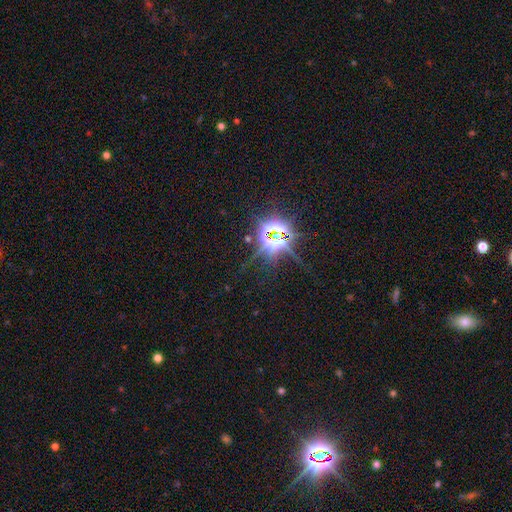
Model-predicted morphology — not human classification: type=star or artifact (84%).